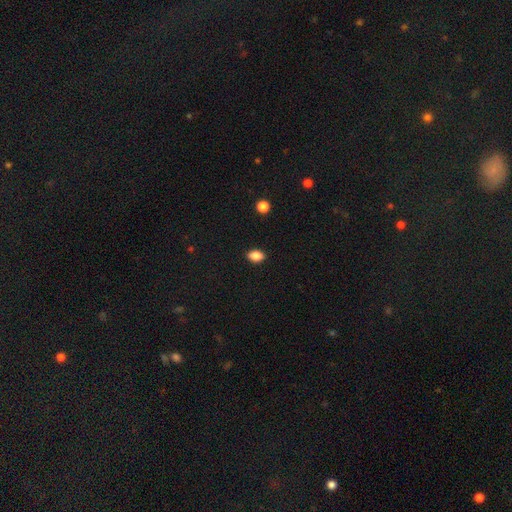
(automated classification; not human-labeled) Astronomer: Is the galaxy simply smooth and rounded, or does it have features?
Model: smooth — 87%.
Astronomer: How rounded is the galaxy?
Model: in between — 84%.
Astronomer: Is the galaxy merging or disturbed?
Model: none — 89%.